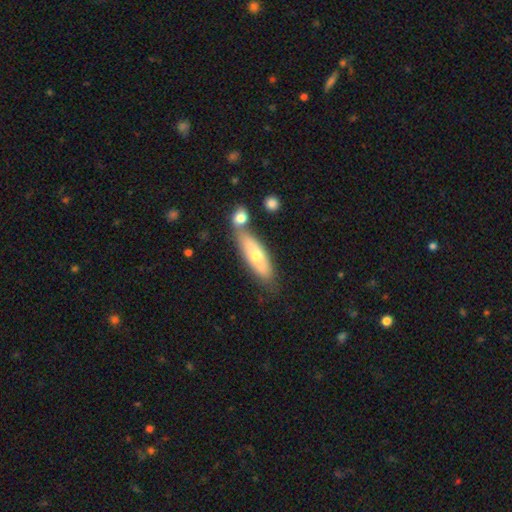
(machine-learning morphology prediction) smooth-or-featured: smooth: 60% | featured or disk: 34% | star or artifact: 6%
  how-rounded: in between: 49% | cigar-shaped: 48% | round: 2%
  merging: none: 58% | merger: 23% | minor disturbance: 15% | major disturbance: 4%